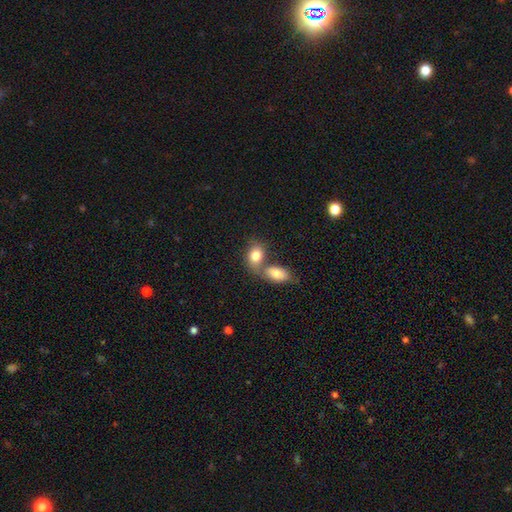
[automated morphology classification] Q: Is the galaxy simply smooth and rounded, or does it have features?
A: smooth — 81%.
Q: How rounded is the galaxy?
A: in between — 75%.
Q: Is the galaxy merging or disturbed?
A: merger — 53%.